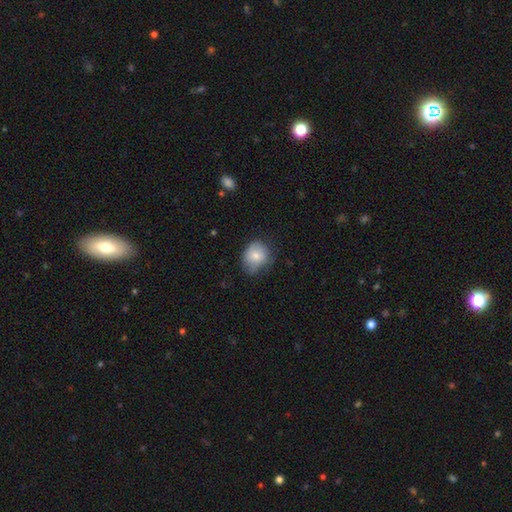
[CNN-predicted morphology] type=smooth (74%); roundness=round (61%); merging=none (54%).